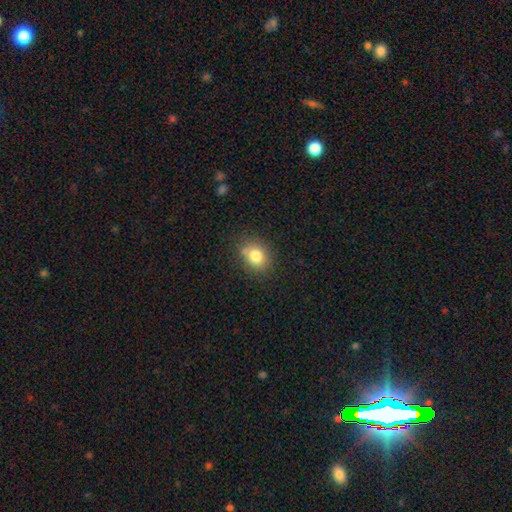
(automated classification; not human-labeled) This is likely a smooth galaxy (79%). How rounded: possibly round (55%). Merging: likely none (74%).